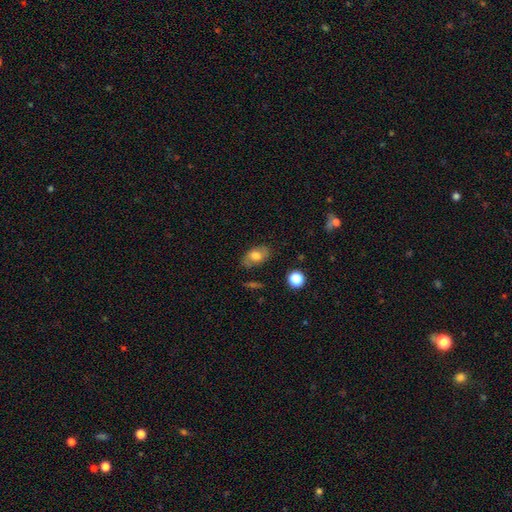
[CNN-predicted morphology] Smooth or featured? smooth (68%)
How rounded? in between (89%)
Merging? none (76%)